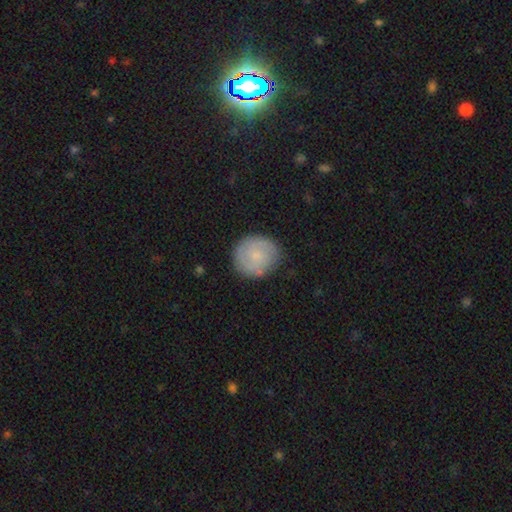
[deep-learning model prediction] This appears to be a smooth galaxy with no disk features (57%) that is round (86%). Merging: none (82%).